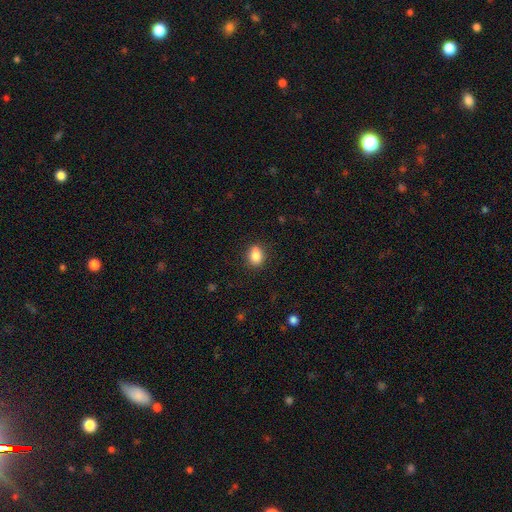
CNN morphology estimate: smooth-or-featured: smooth: 84% | star or artifact: 9% | featured or disk: 6%
  how-rounded: in between: 54% | round: 45% | cigar-shaped: 1%
  merging: none: 79% | minor disturbance: 15% | major disturbance: 3% | merger: 3%